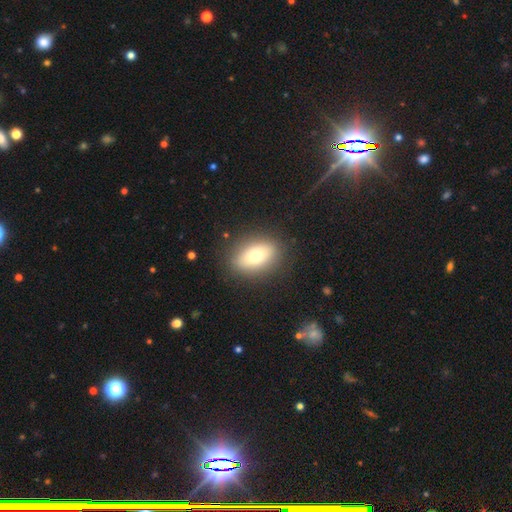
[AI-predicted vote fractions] Smooth or featured? Predicted: smooth (p=0.71). How rounded? Predicted: in between (p=0.80). Merging? Predicted: none (p=0.86).